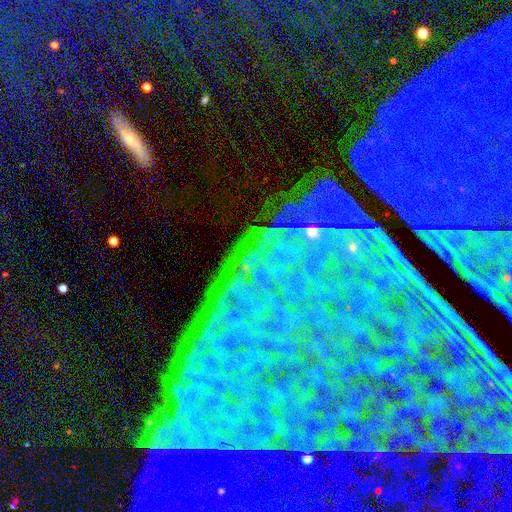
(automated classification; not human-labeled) smooth_or_featured: star or artifact (p=0.81) [alt: featured or disk p=0.10]